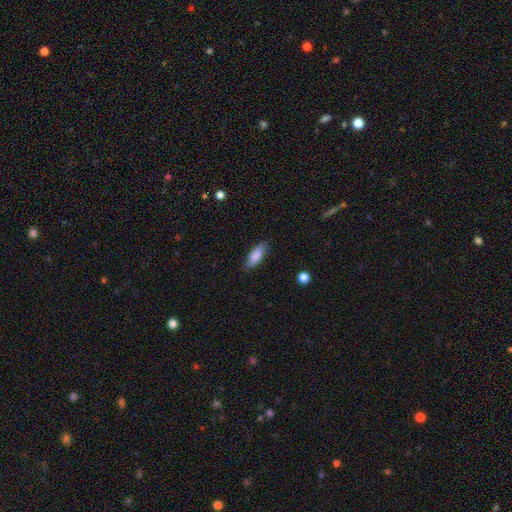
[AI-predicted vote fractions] Smooth or featured?
  - smooth: 84% *
  - featured or disk: 10%
  - star or artifact: 6%
How rounded?
  - in between: 69% *
  - cigar-shaped: 29%
  - round: 2%
Merging?
  - none: 83% *
  - minor disturbance: 13%
  - major disturbance: 3%
  - merger: 1%